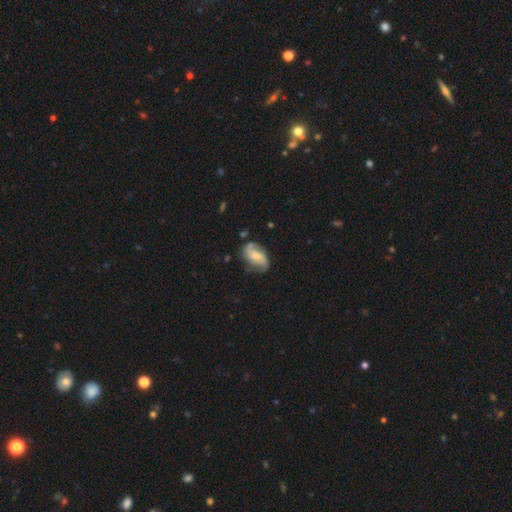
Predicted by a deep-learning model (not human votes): Overall: featured or disk (68%). Edge-on disk: no (96%). Bar: no (52%; weak 38%). Spiral arms: yes (92%). Spiral arm count: 2 (82%). Spiral winding: loose (44%; medium 40%). Bulge size: moderate (38%; small 34%). Merging: none (64%).